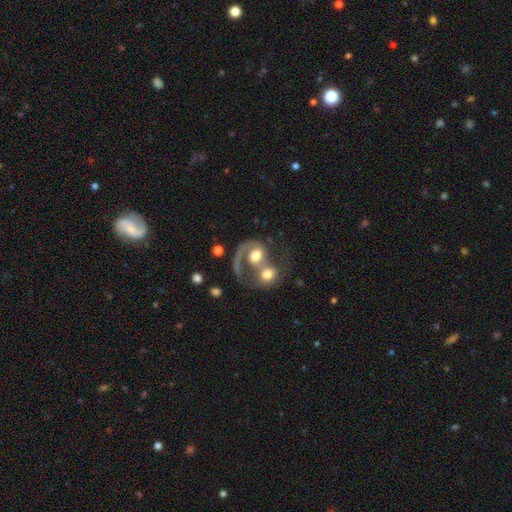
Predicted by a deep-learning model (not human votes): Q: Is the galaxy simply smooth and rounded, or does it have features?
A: featured or disk — 61%.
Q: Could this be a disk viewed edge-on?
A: no — 97%.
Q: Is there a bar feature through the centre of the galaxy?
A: no — 68%.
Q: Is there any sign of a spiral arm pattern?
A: yes — 75%.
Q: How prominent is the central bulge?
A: moderate — 55%.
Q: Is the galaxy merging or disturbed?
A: merger — 74%.